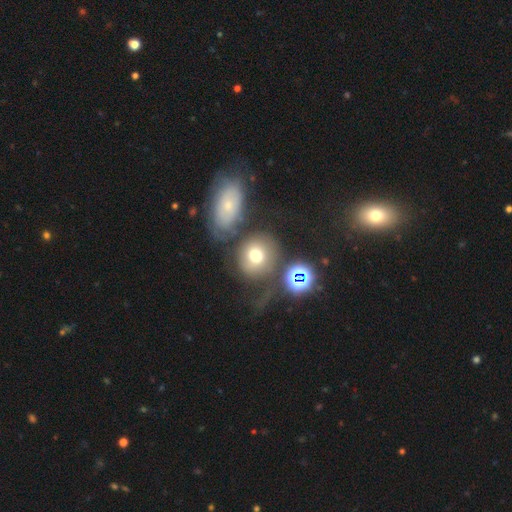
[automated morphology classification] Q: Smooth or featured?
A: smooth (65%); runner-up: featured or disk (22%)
Q: How rounded?
A: round (80%); runner-up: in between (19%)
Q: Merging?
A: none (49%); runner-up: merger (17%)